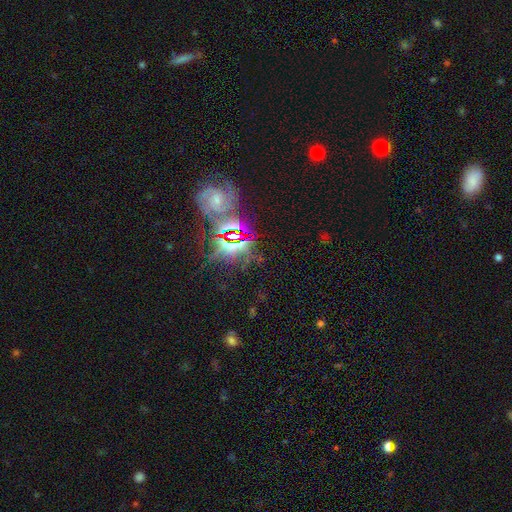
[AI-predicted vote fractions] A star or artifact, not a galaxy (63%).

Vote fractions:
- Smooth or featured? star or artifact: 63% / featured or disk: 22% / smooth: 15%